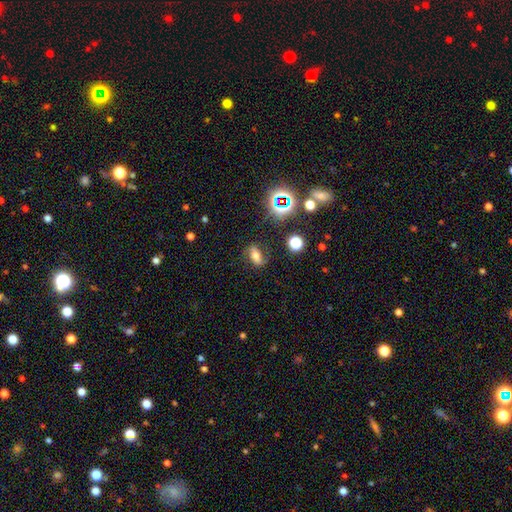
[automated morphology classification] Smooth or featured?
  - smooth: 46% *
  - featured or disk: 31%
  - star or artifact: 23%
Merging?
  - none: 75% *
  - minor disturbance: 16%
  - major disturbance: 7%
  - merger: 3%